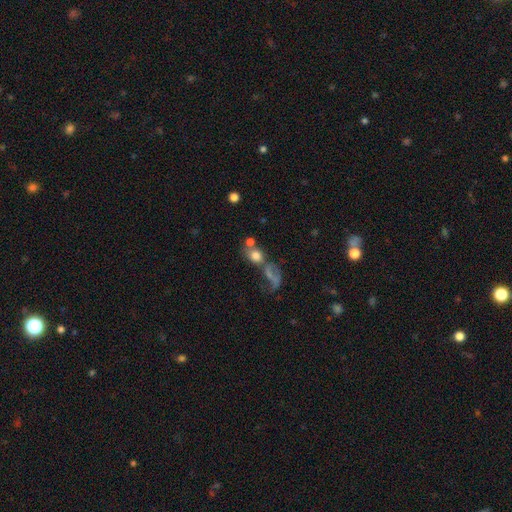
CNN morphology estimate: A smooth galaxy with no disk features (69%) that is round (62%). Merging: merger (45%).